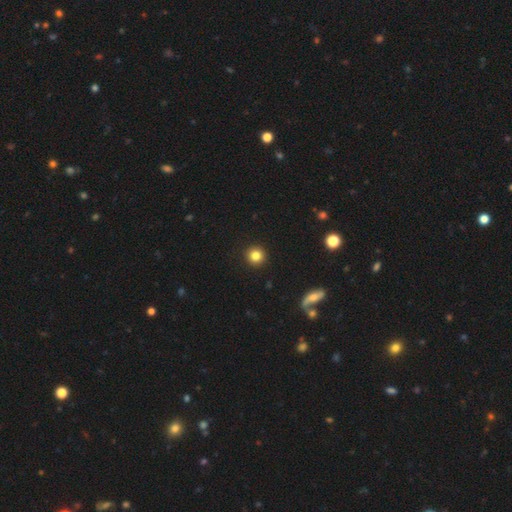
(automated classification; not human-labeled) smooth_or_featured: smooth (p=0.83) [alt: star or artifact p=0.11]
how_rounded: round (p=0.95) [alt: in between p=0.04]
merging: none (p=0.93) [alt: minor disturbance p=0.04]